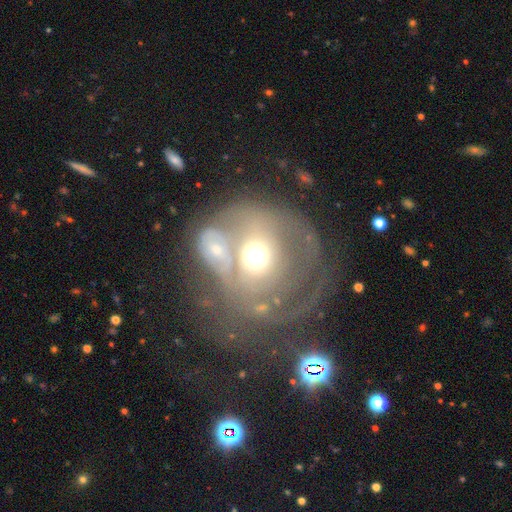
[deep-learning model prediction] Smooth or featured: featured or disk — 60% (smooth — 31%)
Edge-on disk: no — 95% (yes — 5%)
Bar: no — 76% (weak — 17%)
Spiral arms: yes — 51% (no — 49%)
Bulge size: moderate — 60% (large — 20%)
Merging: merger — 58% (major disturbance — 21%)